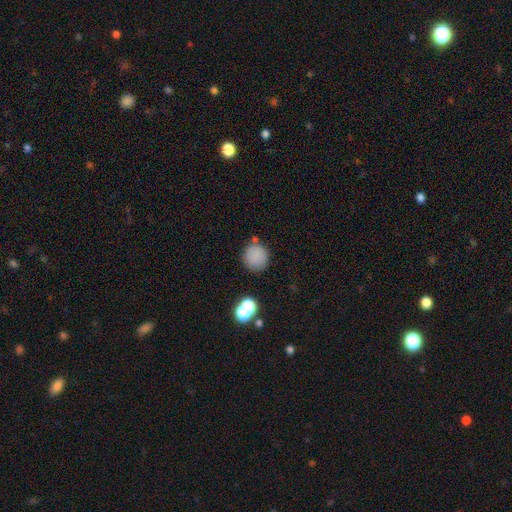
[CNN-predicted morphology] This is clearly a smooth galaxy (81%). How rounded: clearly round (92%). Merging: likely none (77%).